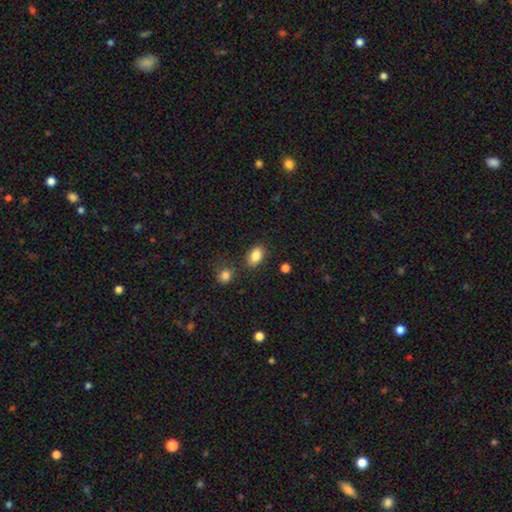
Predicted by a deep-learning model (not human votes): Smooth or featured: smooth — 85% (star or artifact — 9%)
How rounded: in between — 85% (round — 13%)
Merging: none — 80% (minor disturbance — 11%)